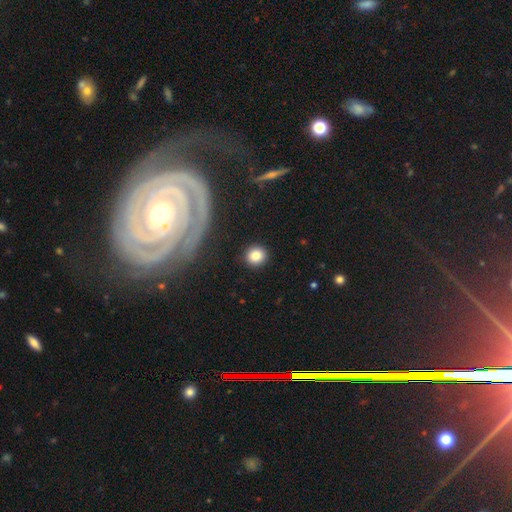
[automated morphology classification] This appears to be a smooth galaxy with no disk features (85%) that is round (85%). Merging: none (90%).